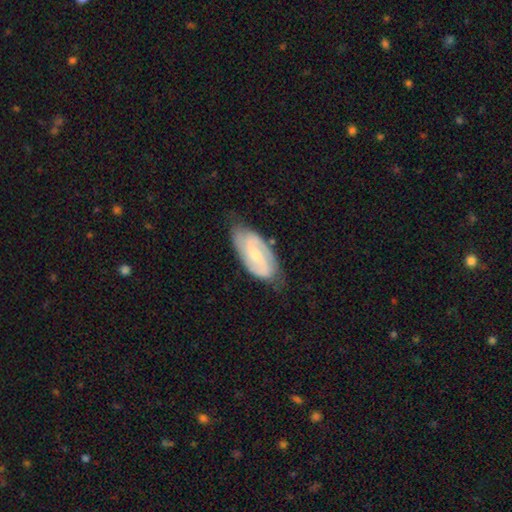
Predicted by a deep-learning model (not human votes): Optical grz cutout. It shows a featured or disk galaxy (78%) with a weak bar (47%), 2 (84%) medium (46%) spiral arms (93%) and a small central bulge (62%). Merging: none (73%).